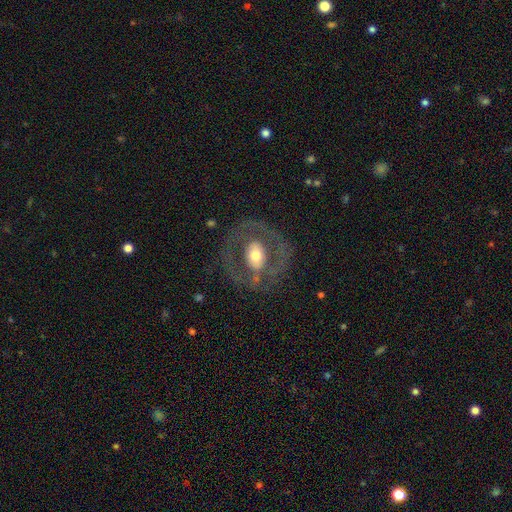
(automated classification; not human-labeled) A featured or disk galaxy (61%) with no bar (59%), no spiral arms (72%) and a moderate central bulge (60%). Merging: none (70%).